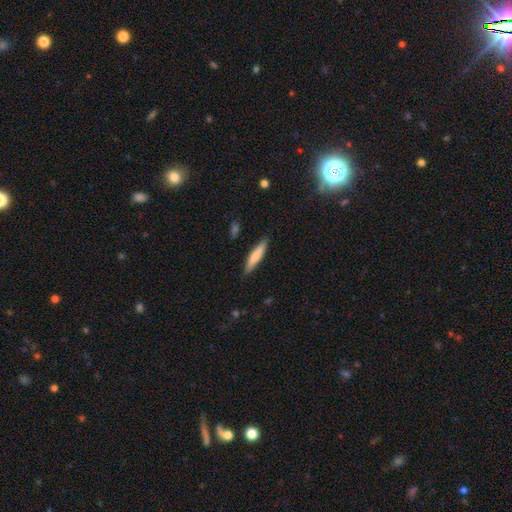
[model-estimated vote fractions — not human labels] Smooth or featured? Predicted: smooth (p=0.70). How rounded? Predicted: cigar-shaped (p=0.85). Merging? Predicted: none (p=0.87).